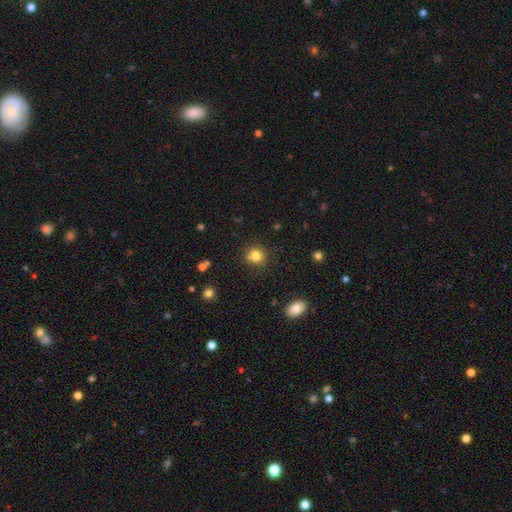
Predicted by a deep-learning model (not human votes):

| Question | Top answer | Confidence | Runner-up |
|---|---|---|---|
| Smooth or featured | smooth | 81% | star or artifact (13%) |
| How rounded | round | 86% | in between (13%) |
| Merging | none | 78% | minor disturbance (12%) |